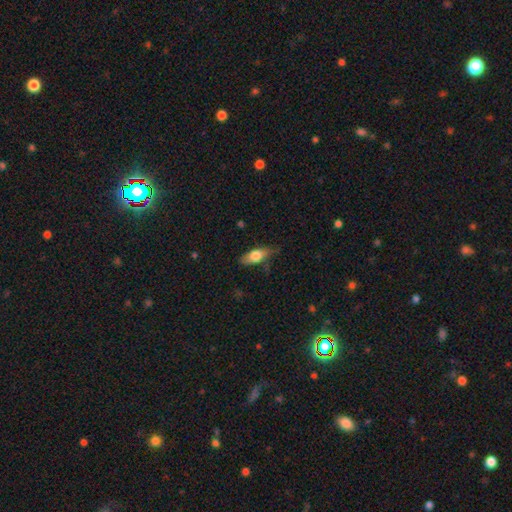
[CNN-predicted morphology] type=smooth (68%); roundness=in between (73%); merging=none (65%).